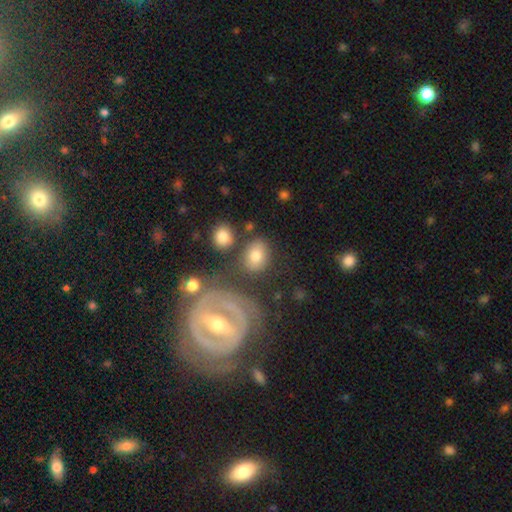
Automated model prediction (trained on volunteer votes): smooth 71%, featured or disk 20%, star or artifact 9%. Down the decision tree: how rounded — in between (61%); merging — none (70%).